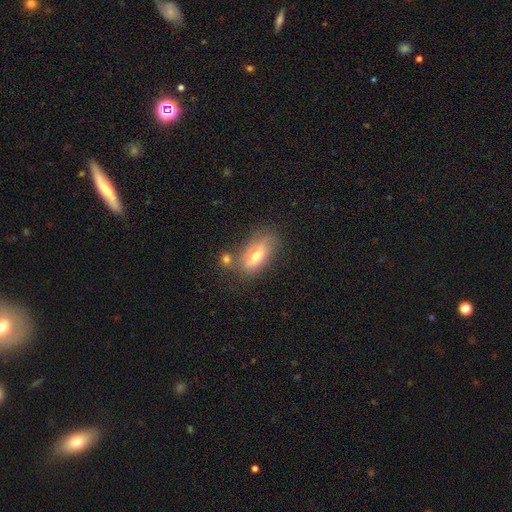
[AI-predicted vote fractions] This appears to be a smooth galaxy with no disk features (63%) that is in between round and cigar-shaped (77%). Merging: none (63%).